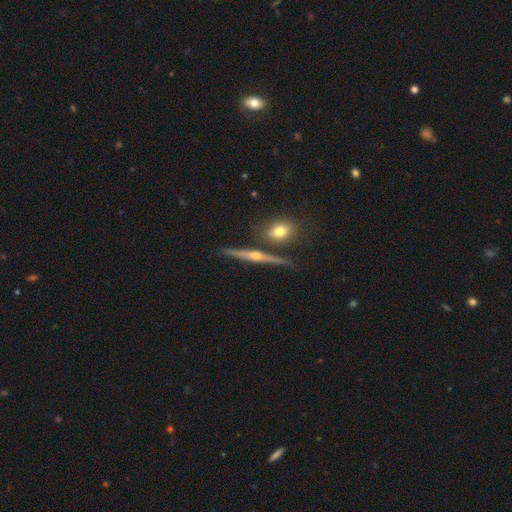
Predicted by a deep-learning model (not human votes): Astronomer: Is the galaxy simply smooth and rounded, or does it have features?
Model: featured or disk — 81%.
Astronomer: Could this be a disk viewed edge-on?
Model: yes — 98%.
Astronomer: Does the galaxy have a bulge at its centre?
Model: rounded — 89%.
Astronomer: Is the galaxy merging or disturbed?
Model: none — 82%.